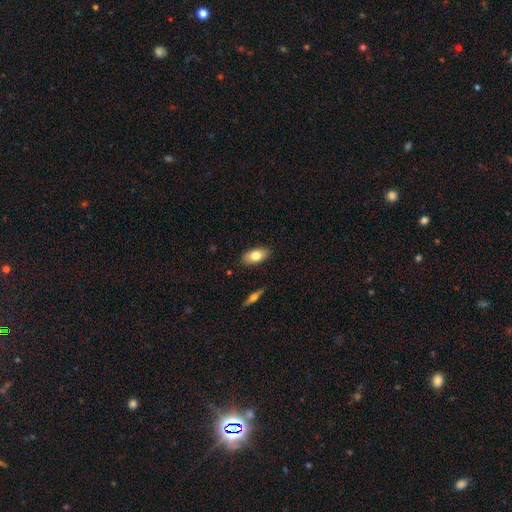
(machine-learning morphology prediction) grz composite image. It shows a smooth galaxy with no disk features (77%) that is in between round and cigar-shaped (91%). Merging: none (87%).